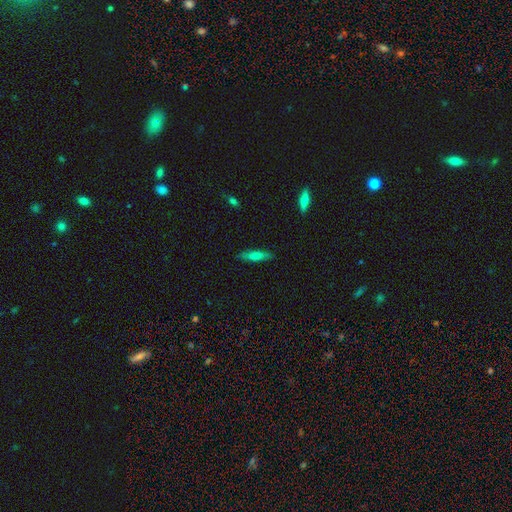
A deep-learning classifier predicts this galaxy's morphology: This appears to be a smooth galaxy with no disk features (60%) that is cigar-shaped (77%). Merging: none (88%).